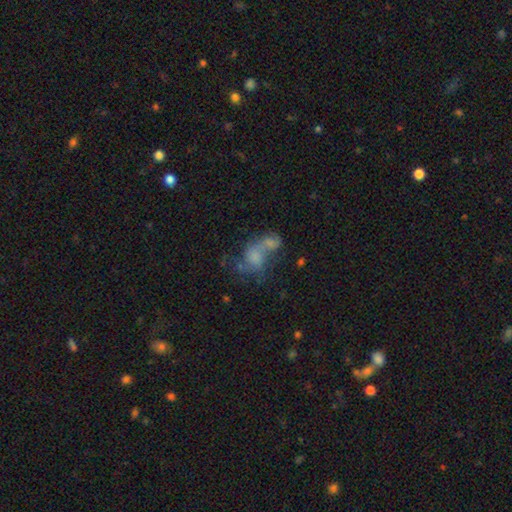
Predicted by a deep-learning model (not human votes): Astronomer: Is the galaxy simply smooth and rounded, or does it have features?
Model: smooth — 53% (runner-up: featured or disk, 32%).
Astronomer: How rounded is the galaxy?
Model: in between — 71%.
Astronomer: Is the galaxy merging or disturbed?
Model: merger — 60%.